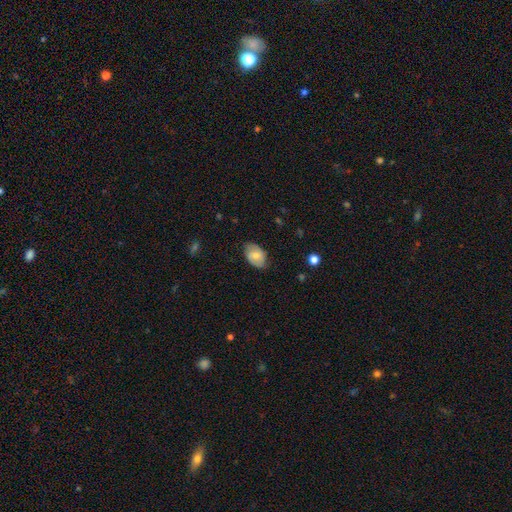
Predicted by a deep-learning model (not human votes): smooth-or-featured: smooth: 49% | featured or disk: 44% | star or artifact: 7%
  merging: none: 76% | minor disturbance: 19% | major disturbance: 4% | merger: 1%